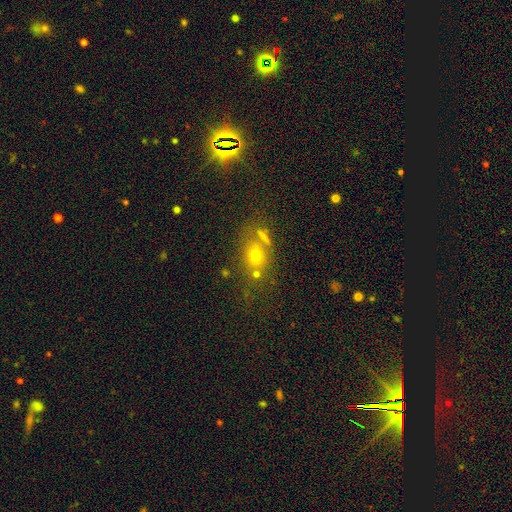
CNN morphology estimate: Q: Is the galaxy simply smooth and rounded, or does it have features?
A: smooth — 61%.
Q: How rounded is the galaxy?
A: round — 51%.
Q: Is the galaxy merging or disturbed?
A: none — 57%.